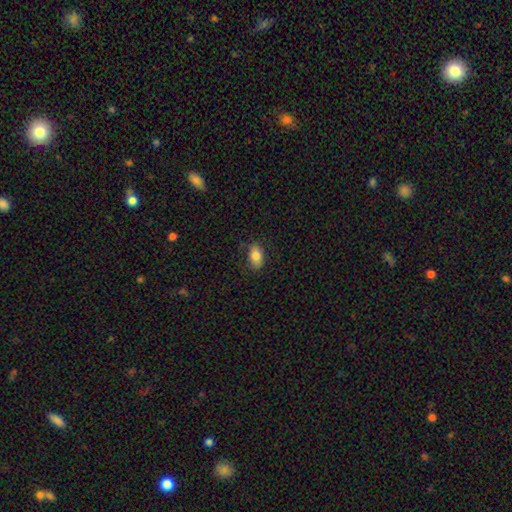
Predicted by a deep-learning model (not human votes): Overall: smooth (80%). How rounded: in between (88%). Merging: none (81%).